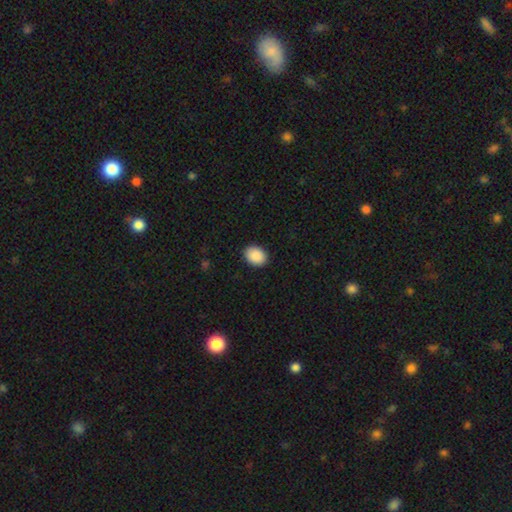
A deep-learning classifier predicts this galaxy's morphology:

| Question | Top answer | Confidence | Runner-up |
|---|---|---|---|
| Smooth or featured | smooth | 90% | star or artifact (7%) |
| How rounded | in between | 71% | round (29%) |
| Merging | none | 90% | minor disturbance (7%) |